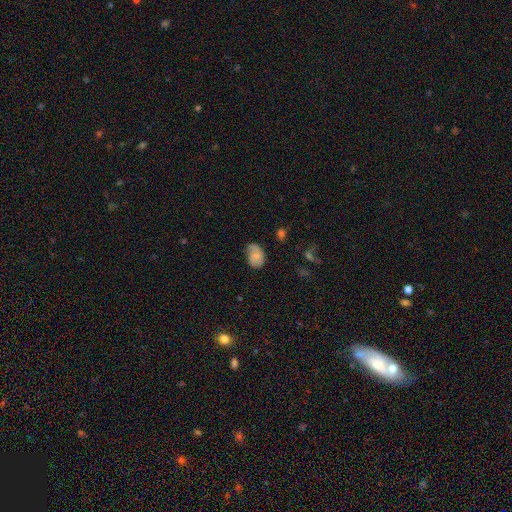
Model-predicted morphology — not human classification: This is likely a smooth galaxy (71%). How rounded: clearly in between (82%). Merging: possibly none (54%).